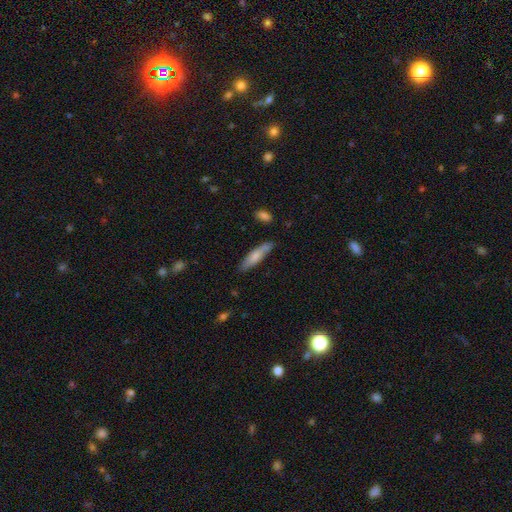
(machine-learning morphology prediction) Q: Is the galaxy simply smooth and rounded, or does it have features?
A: smooth — 74%.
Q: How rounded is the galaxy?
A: cigar-shaped — 74%.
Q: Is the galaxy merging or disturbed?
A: none — 73%.